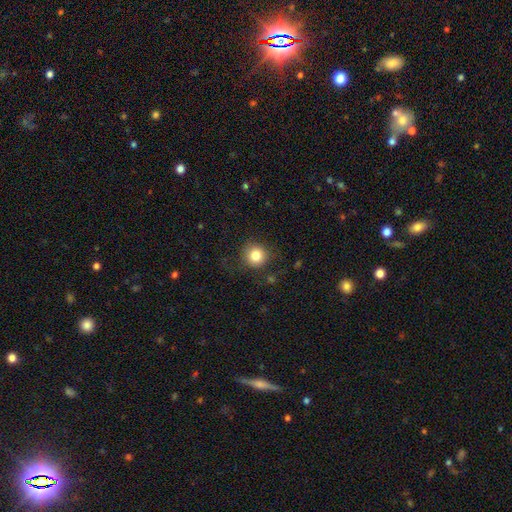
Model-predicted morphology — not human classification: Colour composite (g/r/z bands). It shows a smooth galaxy with no disk features (82%) that is round (94%). Merging: none (85%).